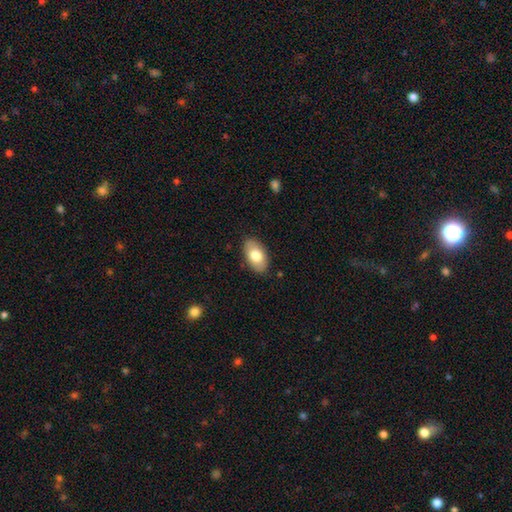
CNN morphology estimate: This is likely a smooth galaxy (77%). How rounded: clearly in between (94%). Merging: clearly none (86%).